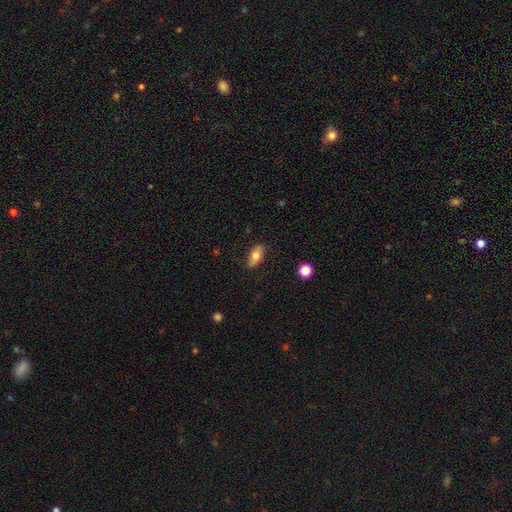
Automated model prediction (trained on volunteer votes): Smooth or featured? smooth (65%)
How rounded? in between (79%)
Merging? none (84%)